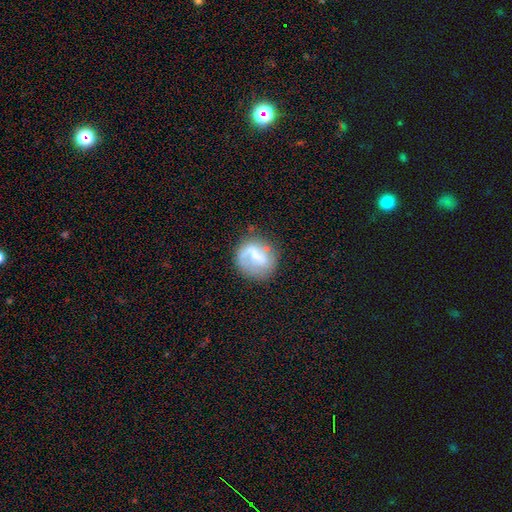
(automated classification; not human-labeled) Q: Smooth or featured?
A: featured or disk (56%); runner-up: smooth (36%)
Q: Edge-on disk?
A: no (97%); runner-up: yes (3%)
Q: Bar?
A: weak (44%); runner-up: strong (29%)
Q: Spiral arms?
A: yes (65%); runner-up: no (35%)
Q: Bulge size?
A: none (31%); runner-up: small (29%)
Q: Merging?
A: none (59%); runner-up: minor disturbance (20%)